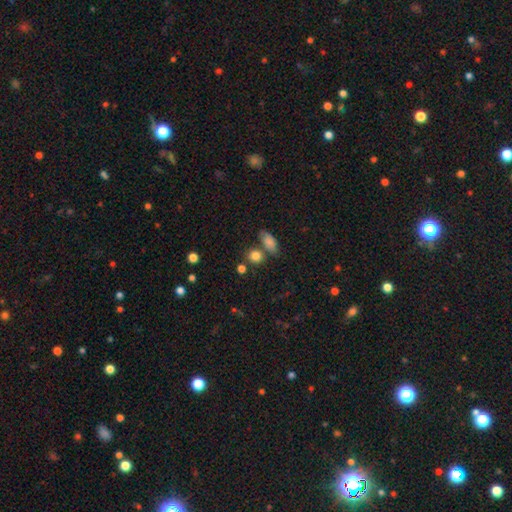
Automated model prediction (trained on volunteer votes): smooth_or_featured: smooth (p=0.83) [alt: star or artifact p=0.11]
how_rounded: round (p=0.69) [alt: in between p=0.29]
merging: none (p=0.67) [alt: merger p=0.18]